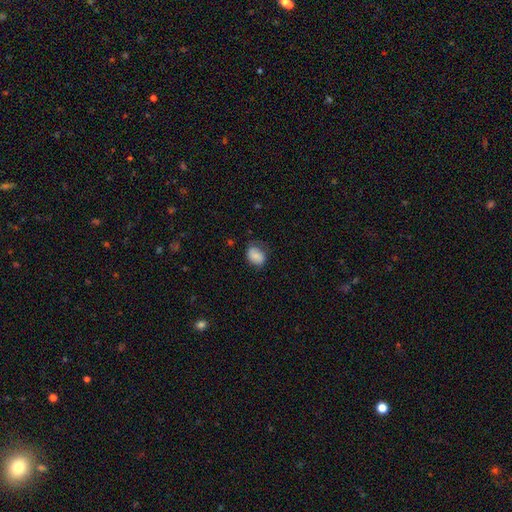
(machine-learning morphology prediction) Smooth or featured: smooth — 82% (featured or disk — 11%)
How rounded: in between — 67% (round — 32%)
Merging: none — 59% (minor disturbance — 29%)